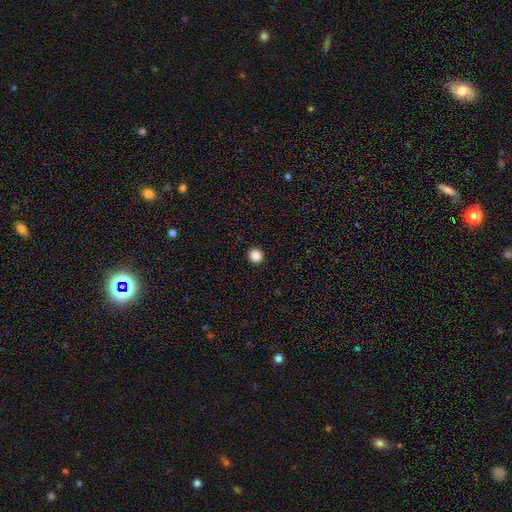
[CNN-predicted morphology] Overall: smooth (87%). How rounded: round (91%). Merging: none (93%).